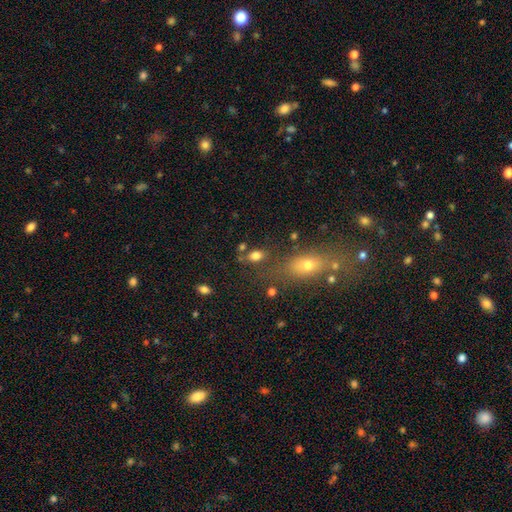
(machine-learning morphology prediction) smooth_or_featured: smooth (p=0.78) [alt: star or artifact p=0.12]
how_rounded: in between (p=0.81) [alt: round p=0.16]
merging: none (p=0.63) [alt: minor disturbance p=0.15]